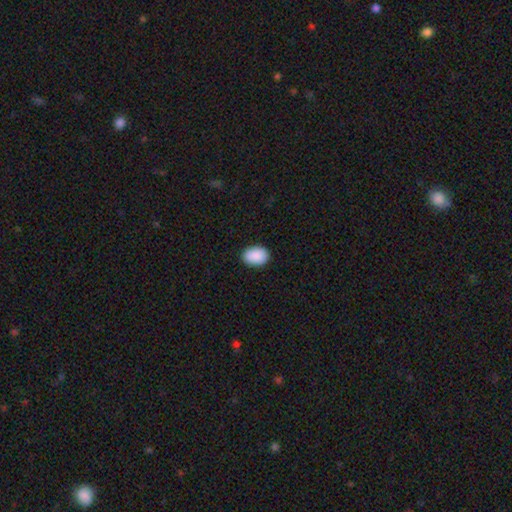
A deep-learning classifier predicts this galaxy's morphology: Smooth or featured? smooth (91%)
How rounded? in between (82%)
Merging? none (89%)